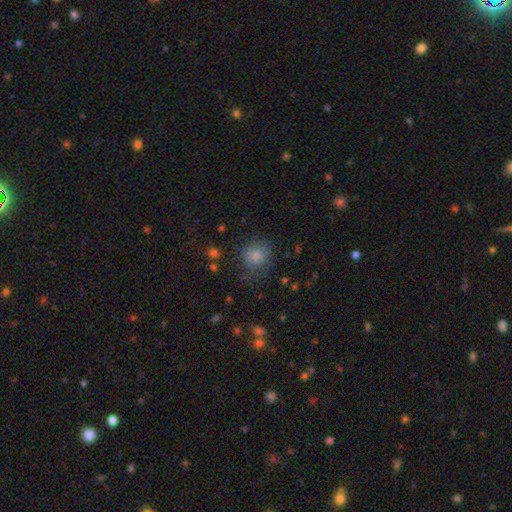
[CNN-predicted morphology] A smooth galaxy with no disk features (66%) that is round (81%). Merging: none (70%).